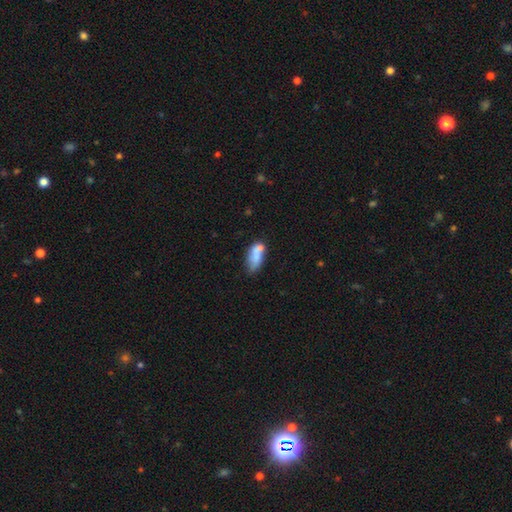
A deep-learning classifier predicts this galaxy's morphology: smooth_or_featured: smooth (p=0.70) [alt: featured or disk p=0.22]
how_rounded: in between (p=0.81) [alt: cigar-shaped p=0.15]
merging: none (p=0.39) [alt: merger p=0.28]